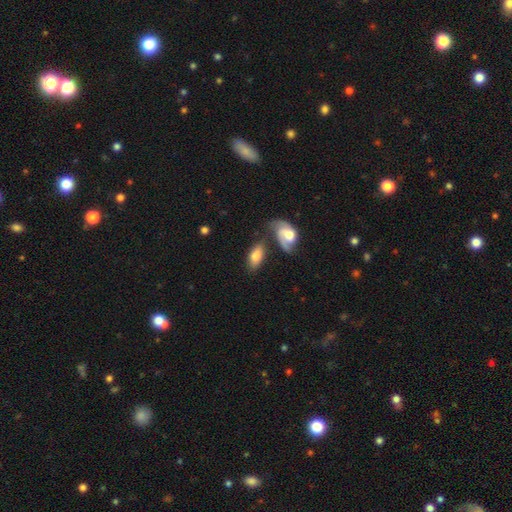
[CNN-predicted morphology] smooth 70%, featured or disk 23%, star or artifact 7%. Down the decision tree: how rounded — in between (89%); merging — none (48%).